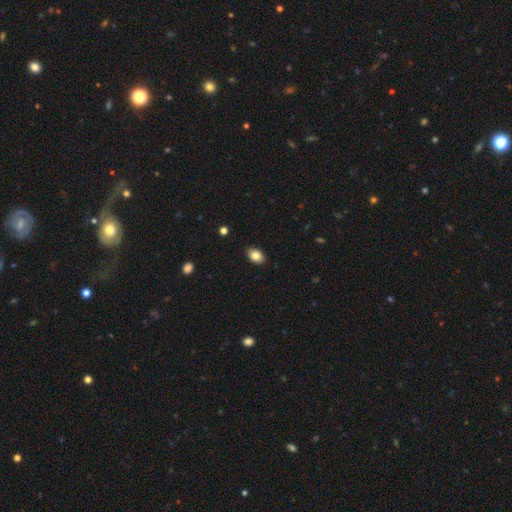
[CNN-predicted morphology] A smooth galaxy with no disk features (85%) that is in between round and cigar-shaped (84%).

Vote fractions:
- Smooth or featured? smooth: 85% / star or artifact: 8% / featured or disk: 7%
- How rounded? in between: 84% / round: 15% / cigar-shaped: 1%
- Merging? none: 89% / minor disturbance: 9% / major disturbance: 2% / merger: 1%